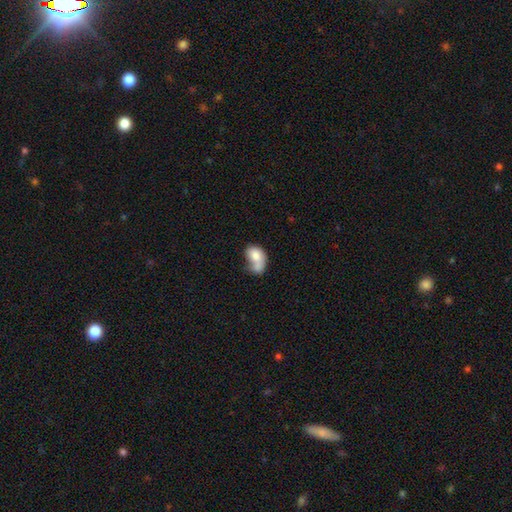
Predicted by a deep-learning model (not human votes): This appears to be a smooth galaxy with no disk features (71%) that is in between round and cigar-shaped (83%). Merging: merger (43%).